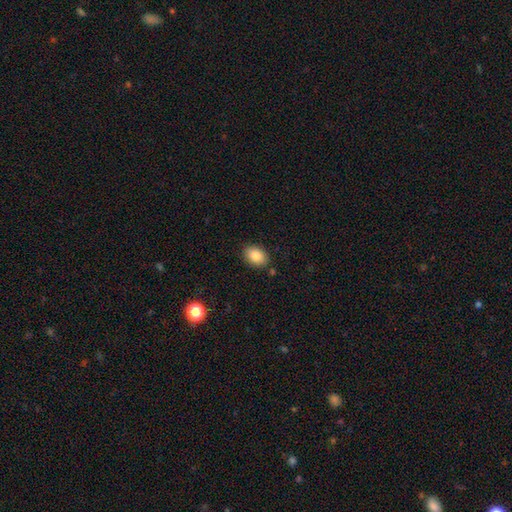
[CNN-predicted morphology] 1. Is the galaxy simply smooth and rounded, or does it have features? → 87% smooth, 8% star or artifact, 6% featured or disk.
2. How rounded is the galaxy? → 81% in between, 18% round, 1% cigar-shaped.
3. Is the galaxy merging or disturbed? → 84% none, 11% minor disturbance, 2% merger, 2% major disturbance.